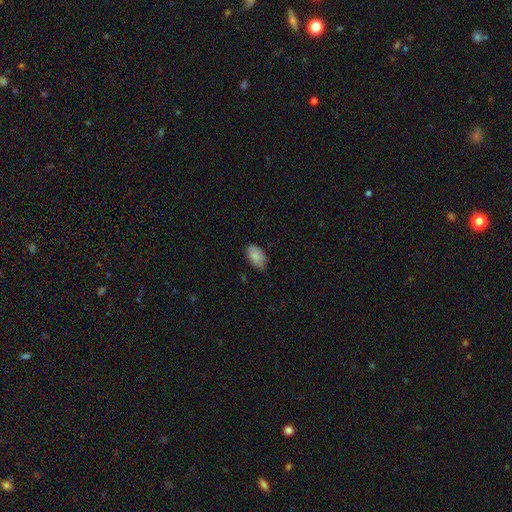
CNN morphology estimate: smooth_or_featured: smooth (p=0.87) [alt: star or artifact p=0.07]
how_rounded: in between (p=0.94) [alt: round p=0.05]
merging: none (p=0.72) [alt: minor disturbance p=0.24]